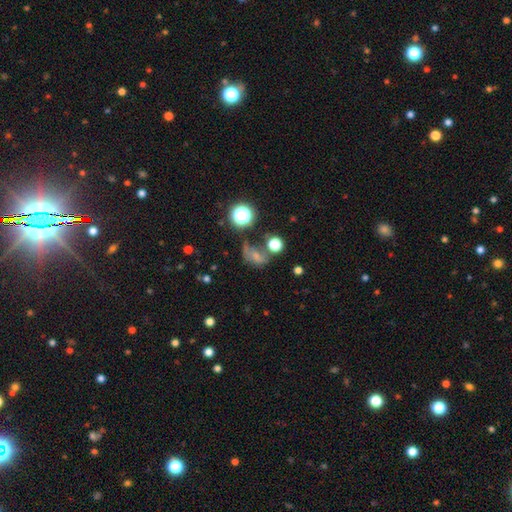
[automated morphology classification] Smooth or featured?
  - smooth: 51% *
  - star or artifact: 27%
  - featured or disk: 22%
How rounded?
  - in between: 56% *
  - round: 41%
  - cigar-shaped: 2%
Merging?
  - none: 33% *
  - major disturbance: 29%
  - minor disturbance: 21%
  - merger: 16%